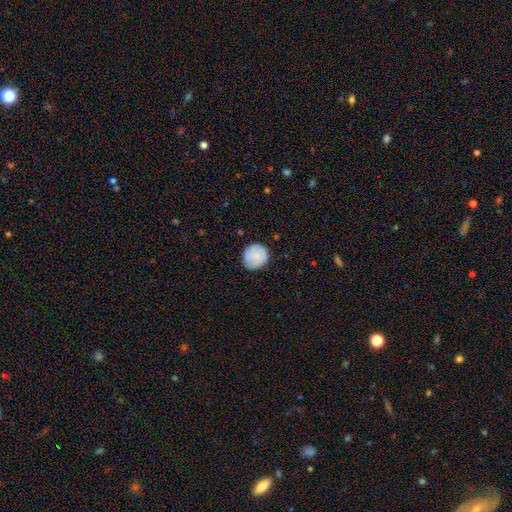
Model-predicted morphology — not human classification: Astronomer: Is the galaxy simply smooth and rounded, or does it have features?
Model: smooth — 78%.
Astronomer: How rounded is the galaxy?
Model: round — 89%.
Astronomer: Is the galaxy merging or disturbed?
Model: none — 82%.